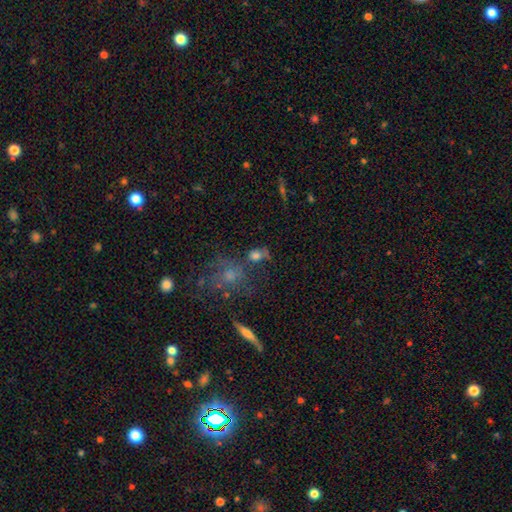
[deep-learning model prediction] smooth_or_featured: smooth (p=0.68) [alt: star or artifact p=0.17]
how_rounded: round (p=0.53) [alt: in between p=0.44]
merging: none (p=0.46) [alt: merger p=0.20]